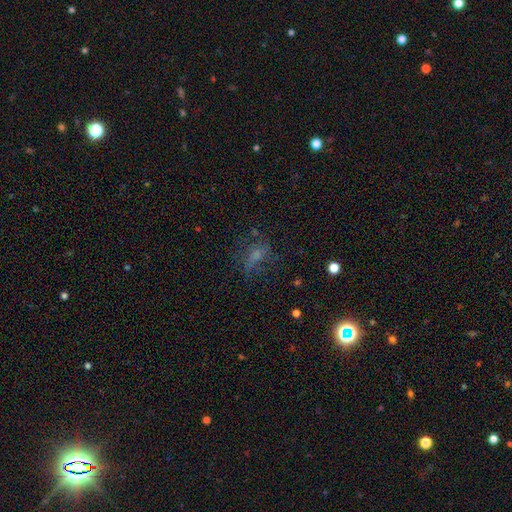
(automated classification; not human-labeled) Overall: smooth (46%; featured or disk 29%). Merging: none (51%; major disturbance 25%).